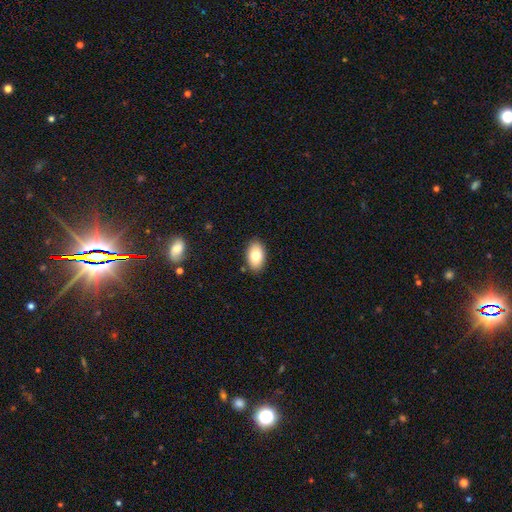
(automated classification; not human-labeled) Overall: smooth (79%). How rounded: in between (93%). Merging: none (87%).